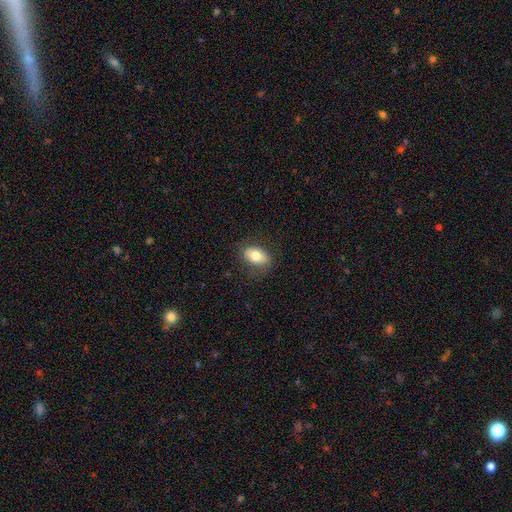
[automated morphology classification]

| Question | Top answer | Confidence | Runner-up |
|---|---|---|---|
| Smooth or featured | smooth | 76% | featured or disk (16%) |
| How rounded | in between | 87% | round (11%) |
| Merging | none | 80% | minor disturbance (15%) |